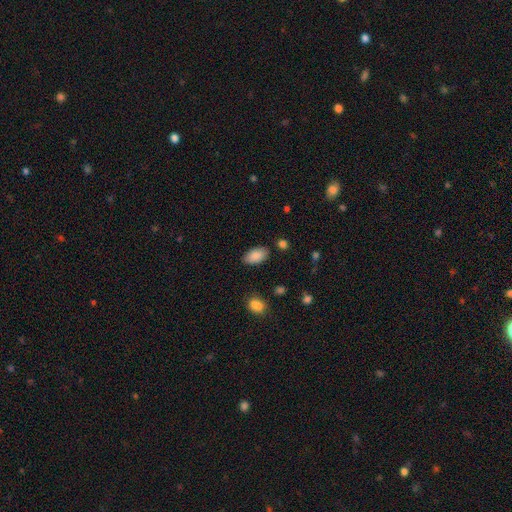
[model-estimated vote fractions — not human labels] smooth_or_featured: smooth (p=0.87) [alt: star or artifact p=0.07]
how_rounded: in between (p=0.94) [alt: round p=0.03]
merging: none (p=0.84) [alt: minor disturbance p=0.11]